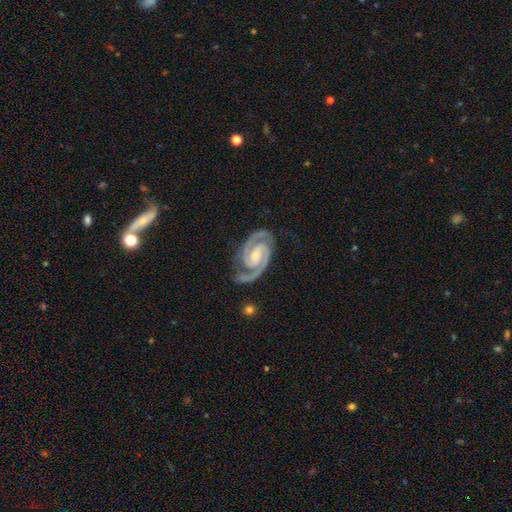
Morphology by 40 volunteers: Volunteers were most divided on "bulge size": moderate: 49%, small: 38%, none: 11%, large: 3%, dominant: 0%. Remaining: edge-on disk — no (100%); spiral arms — yes (97%); spiral arm count — 2 (97%); smooth or featured — featured or disk (92%); merging — none (76%); spiral winding — tight (56%); bar — weak (43%).